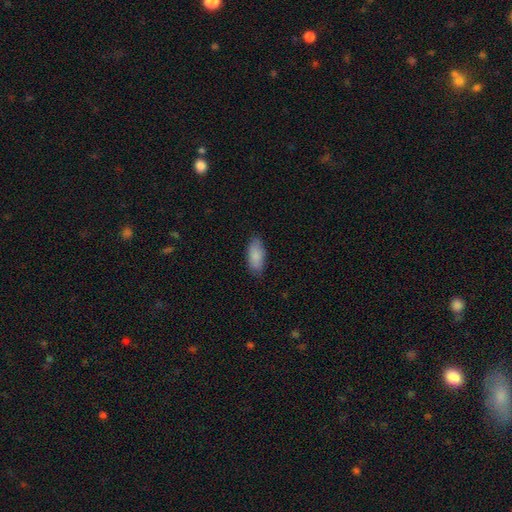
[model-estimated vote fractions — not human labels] A smooth galaxy with no disk features (87%) that is in between round and cigar-shaped (88%). Merging: none (82%).